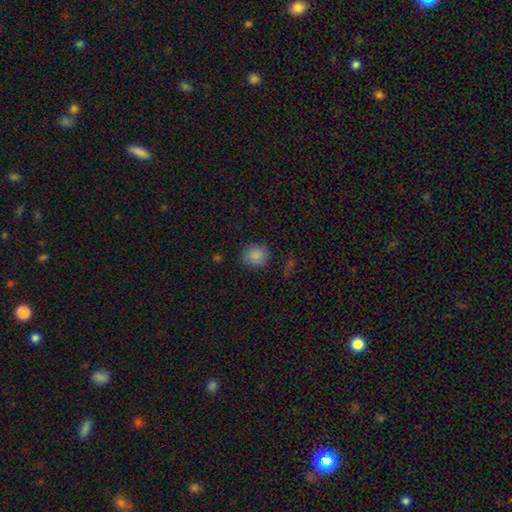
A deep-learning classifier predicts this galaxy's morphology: type=smooth (86%); roundness=round (82%); merging=none (84%).